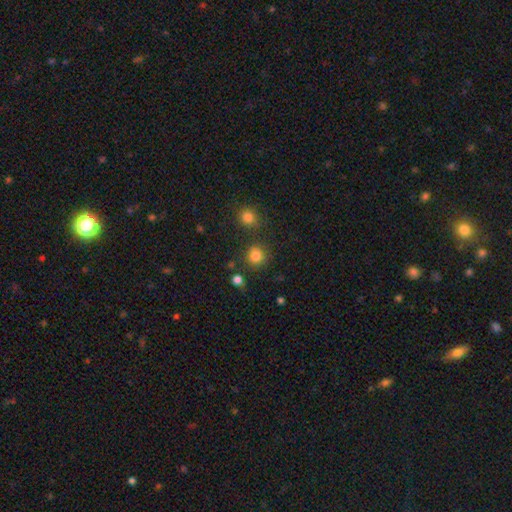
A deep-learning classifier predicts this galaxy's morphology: smooth 82%, star or artifact 13%, featured or disk 5%. Down the decision tree: how rounded — round (91%); merging — none (82%).